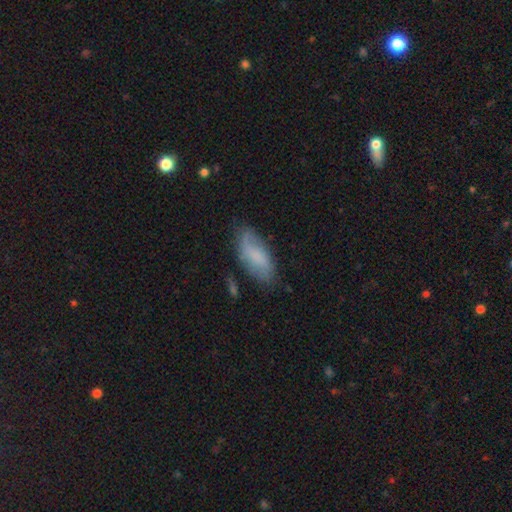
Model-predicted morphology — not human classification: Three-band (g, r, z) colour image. It shows a smooth galaxy with no disk features (64%) that is in between round and cigar-shaped (84%). Merging: none (65%).